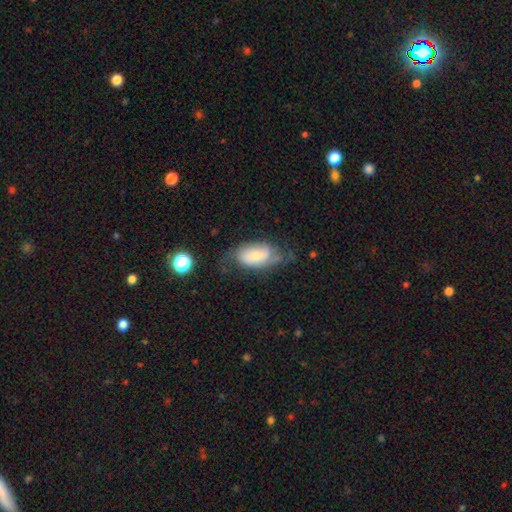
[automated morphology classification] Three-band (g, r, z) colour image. It shows a smooth galaxy with no disk features (47%). Merging: none (46%).